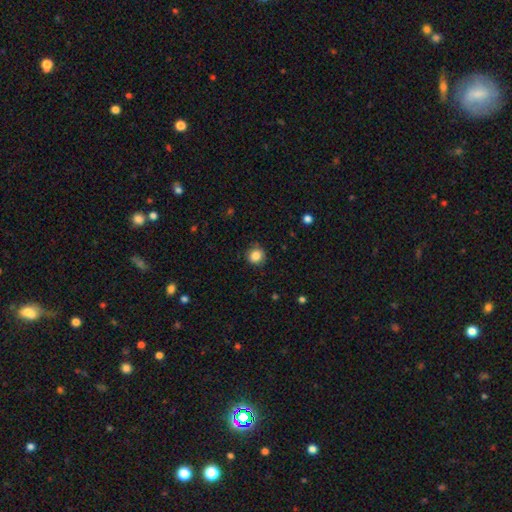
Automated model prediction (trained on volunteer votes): A smooth galaxy with no disk features (85%) that is round (89%).

Vote fractions:
- Smooth or featured? smooth: 85% / star or artifact: 10% / featured or disk: 5%
- How rounded? round: 89% / in between: 10% / cigar-shaped: 1%
- Merging? none: 86% / minor disturbance: 11% / major disturbance: 3% / merger: 1%